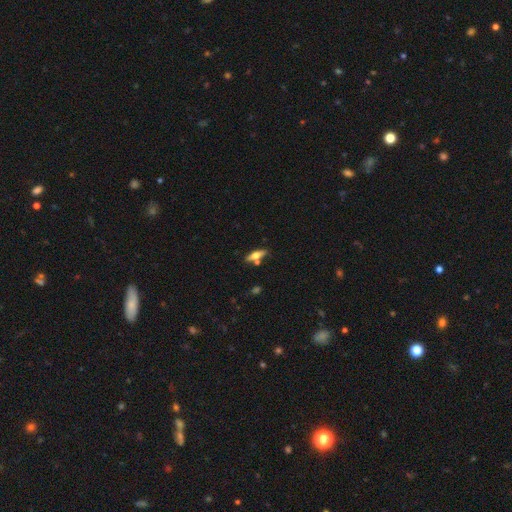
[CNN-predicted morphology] A smooth galaxy with no disk features (48%). Merging: none (70%).